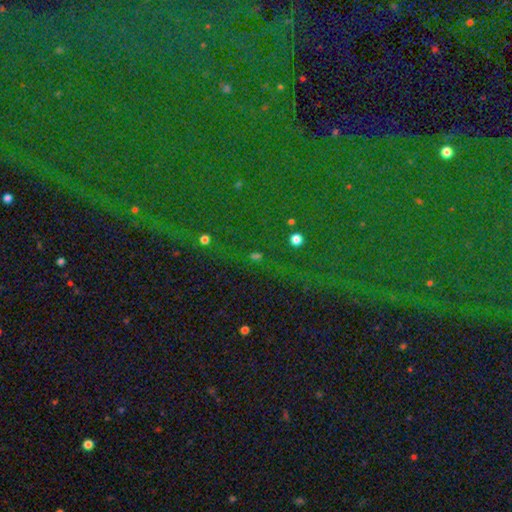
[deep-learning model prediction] star or artifact 83%, smooth 9%, featured or disk 8%.